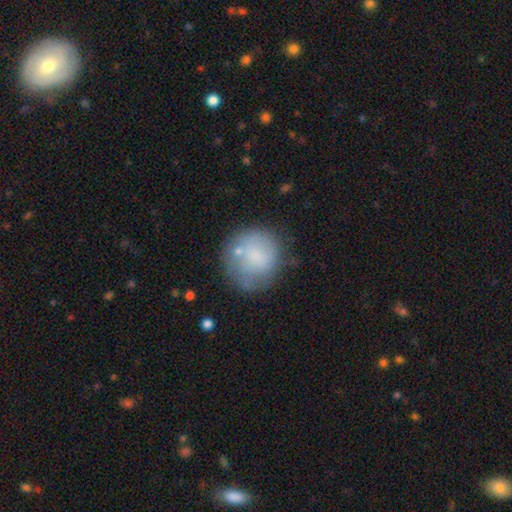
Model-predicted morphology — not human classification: Smooth or featured?
  - smooth: 70% *
  - featured or disk: 22%
  - star or artifact: 8%
How rounded?
  - round: 88% *
  - in between: 11%
  - cigar-shaped: 1%
Merging?
  - none: 59% *
  - minor disturbance: 23%
  - major disturbance: 11%
  - merger: 7%